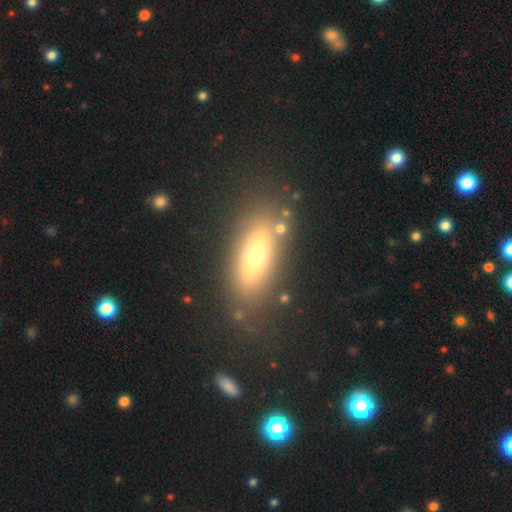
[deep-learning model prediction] The model was most divided on "smooth or featured": smooth: 62%, featured or disk: 27%, star or artifact: 10%. More confident: merging — none (79%); how rounded — in between (68%).